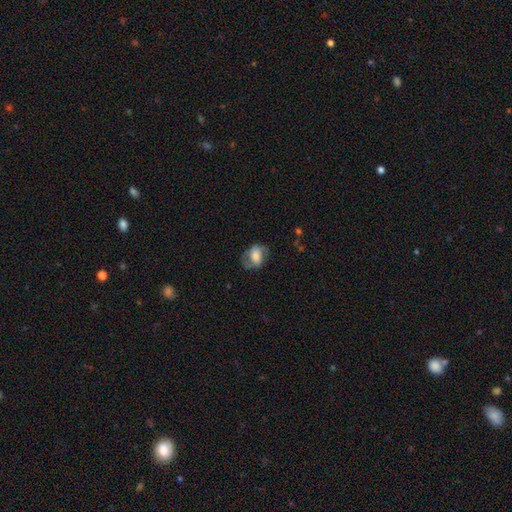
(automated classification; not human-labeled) smooth_or_featured: smooth (p=0.48) [alt: featured or disk p=0.44]
merging: none (p=0.58) [alt: minor disturbance p=0.24]